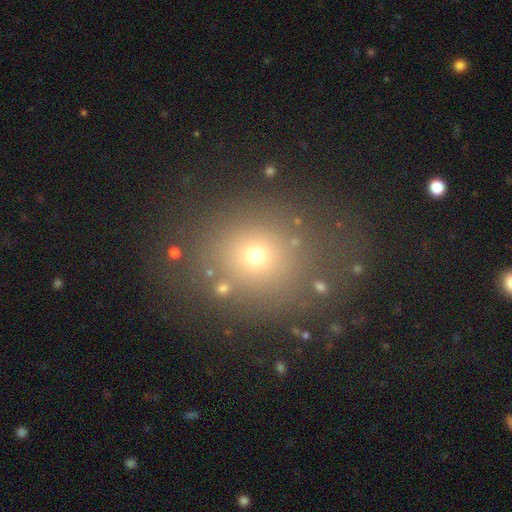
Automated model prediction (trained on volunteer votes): Smooth or featured: smooth — 65% (star or artifact — 24%)
How rounded: round — 84% (in between — 15%)
Merging: none — 78% (minor disturbance — 11%)